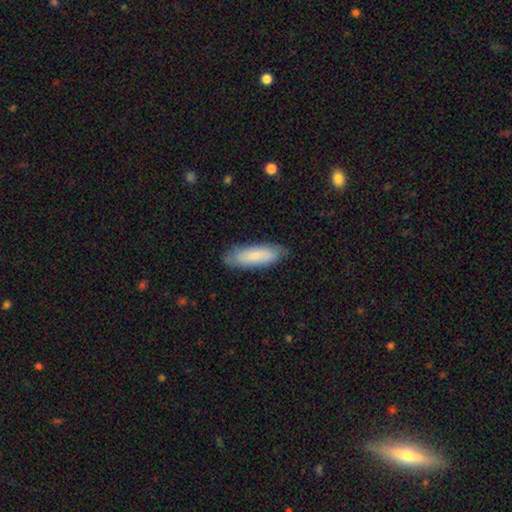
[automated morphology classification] Overall: smooth (79%). How rounded: cigar-shaped (51%; in between 48%). Merging: none (82%).